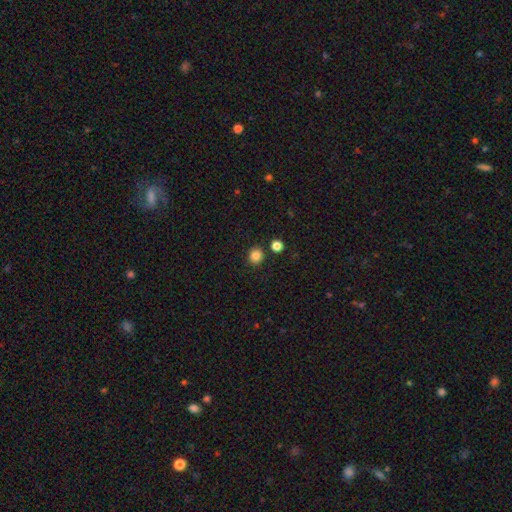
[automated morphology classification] Smooth or featured? smooth (84%)
How rounded? round (87%)
Merging? none (86%)